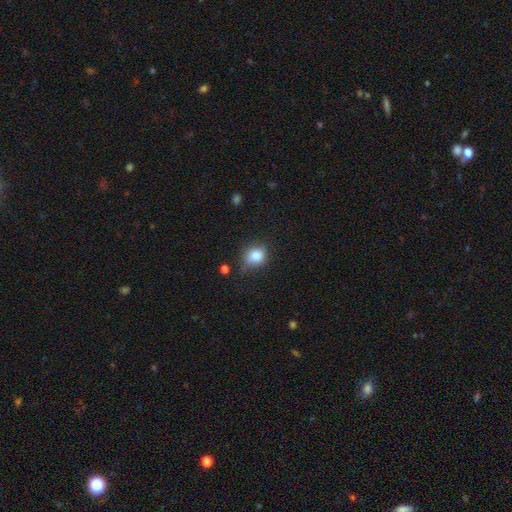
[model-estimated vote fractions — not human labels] Smooth or featured?
  - smooth: 82% *
  - star or artifact: 11%
  - featured or disk: 7%
How rounded?
  - round: 69% *
  - in between: 30%
  - cigar-shaped: 1%
Merging?
  - none: 60% *
  - minor disturbance: 30%
  - major disturbance: 8%
  - merger: 3%